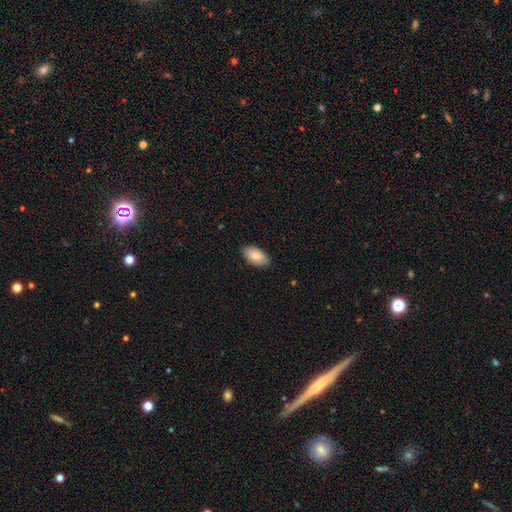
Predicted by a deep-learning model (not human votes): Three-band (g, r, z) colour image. It shows a smooth galaxy with no disk features (85%) that is in between round and cigar-shaped (95%). Merging: none (85%).